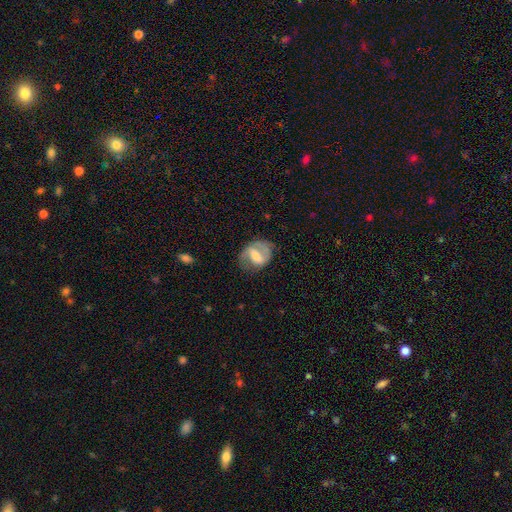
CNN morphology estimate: A featured or disk galaxy (65%) with a weak bar (43%), spiral arms (78%) and a moderate central bulge (48%).

Vote fractions:
- Smooth or featured? featured or disk: 65% / smooth: 28% / star or artifact: 7%
- Edge-on disk? no: 96% / yes: 4%
- Bar? weak: 43% / strong: 41% / no: 16%
- Spiral arms? yes: 78% / no: 22%
- Bulge size? moderate: 48% / small: 32% / large: 10% / none: 9% / dominant: 1%
- Merging? none: 60% / minor disturbance: 23% / major disturbance: 14% / merger: 2%